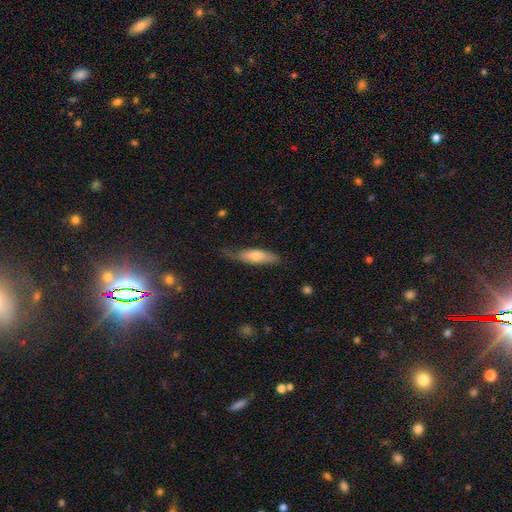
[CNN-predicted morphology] smooth-or-featured: smooth: 67% | featured or disk: 27% | star or artifact: 6%
  how-rounded: cigar-shaped: 55% | in between: 43% | round: 2%
  merging: none: 54% | minor disturbance: 33% | major disturbance: 11% | merger: 2%